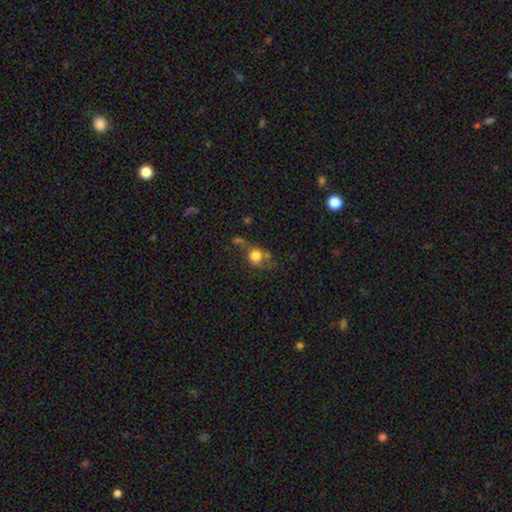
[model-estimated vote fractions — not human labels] Morphology: type=smooth (69%); roundness=round (78%); merging=none (45%).